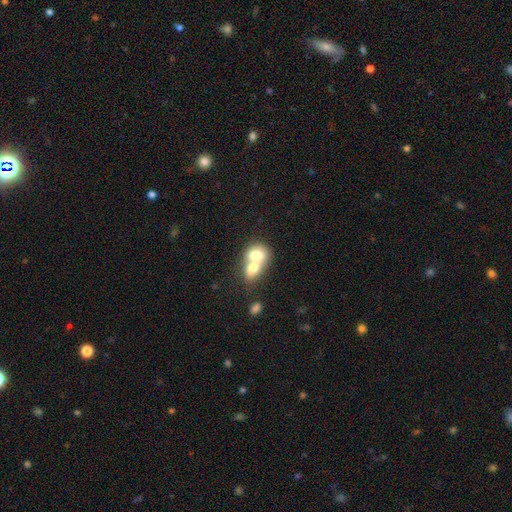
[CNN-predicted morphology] smooth-or-featured: smooth: 71% | featured or disk: 22% | star or artifact: 8%
  how-rounded: in between: 62% | round: 36% | cigar-shaped: 2%
  merging: merger: 78% | none: 14% | minor disturbance: 5% | major disturbance: 3%